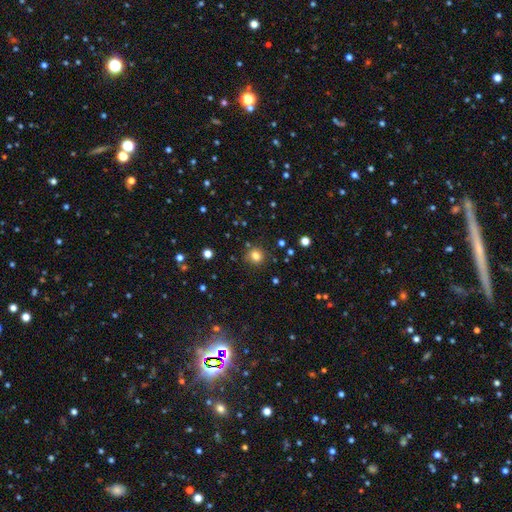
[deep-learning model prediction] Morphology: type=smooth (80%); roundness=round (87%); merging=none (85%).